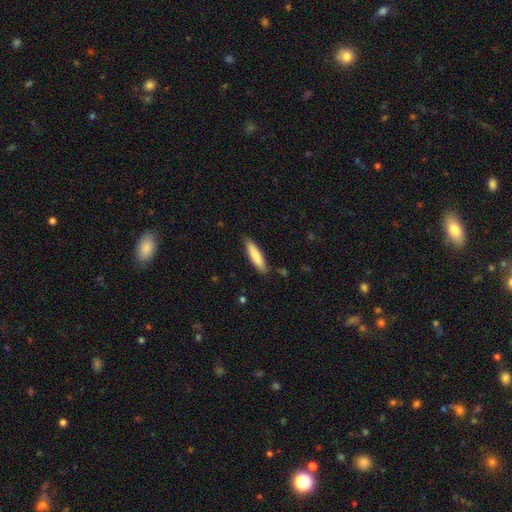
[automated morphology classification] A smooth galaxy with no disk features (81%) that is cigar-shaped (80%). Merging: none (85%).